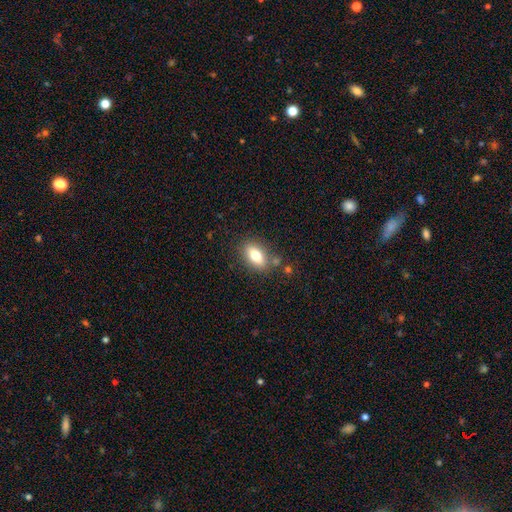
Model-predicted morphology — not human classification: A smooth galaxy with no disk features (75%) that is in between round and cigar-shaped (85%). Merging: none (77%).